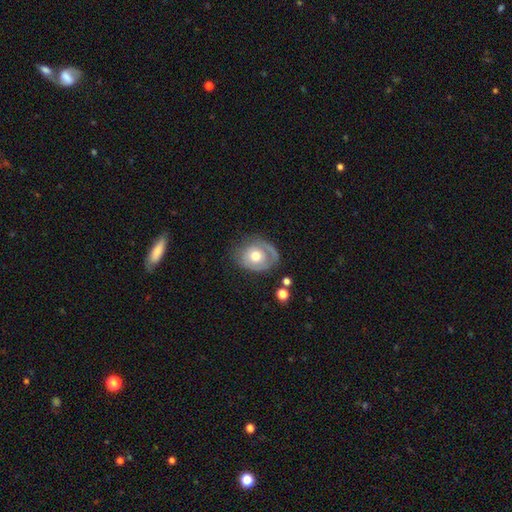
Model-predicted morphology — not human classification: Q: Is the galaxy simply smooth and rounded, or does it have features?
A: featured or disk — 53%.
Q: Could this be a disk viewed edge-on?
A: no — 95%.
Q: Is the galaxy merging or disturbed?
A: none — 55%.